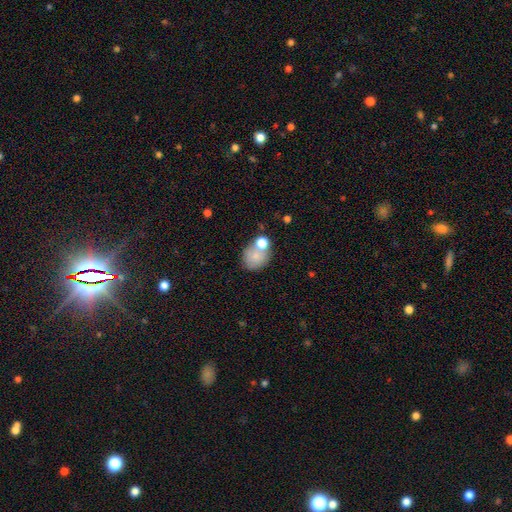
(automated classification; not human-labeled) Smooth or featured: smooth — 77% (featured or disk — 13%)
How rounded: round — 63% (in between — 36%)
Merging: none — 52% (merger — 26%)